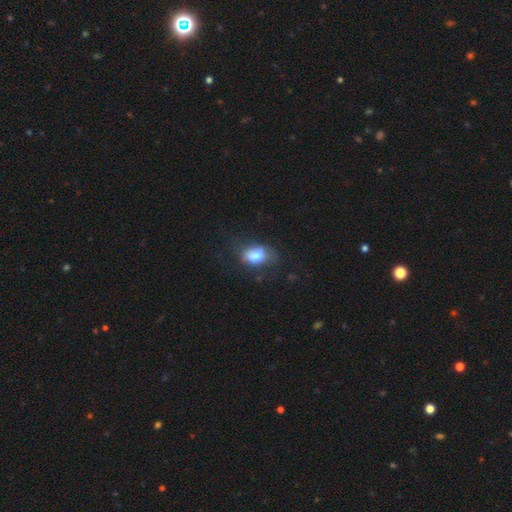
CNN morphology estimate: Smooth or featured? Predicted: smooth (p=0.78). How rounded? Predicted: in between (p=0.80). Merging? Predicted: none (p=0.54).